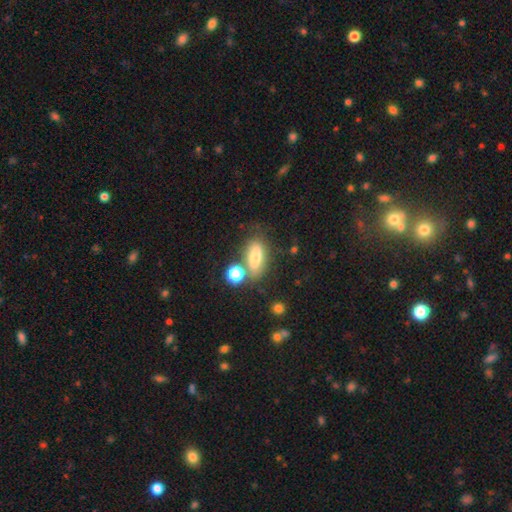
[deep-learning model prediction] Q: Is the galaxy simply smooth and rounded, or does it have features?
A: smooth — 72%.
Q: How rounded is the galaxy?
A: in between — 71%.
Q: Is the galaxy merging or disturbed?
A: none — 60%.